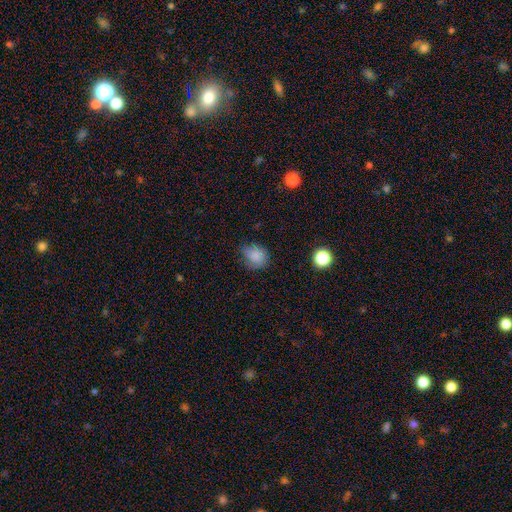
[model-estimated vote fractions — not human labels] Overall: smooth (84%). How rounded: round (65%; in between 34%). Merging: none (62%; minor disturbance 29%).